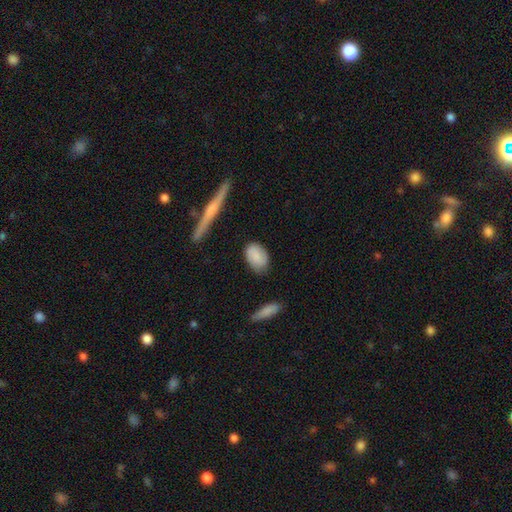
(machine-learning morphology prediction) Smooth or featured? smooth (82%)
How rounded? in between (87%)
Merging? none (76%)